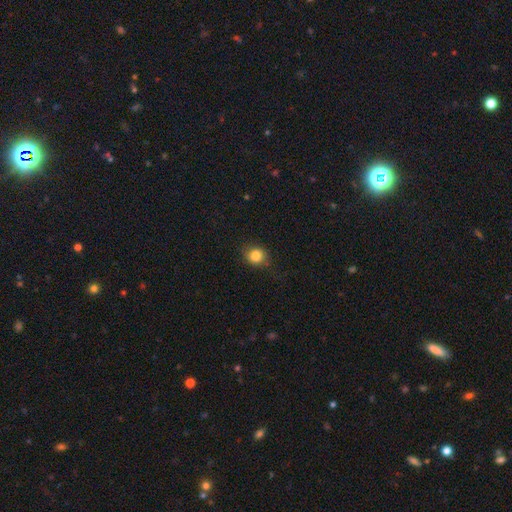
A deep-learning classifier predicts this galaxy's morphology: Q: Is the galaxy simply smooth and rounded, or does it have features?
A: smooth — 83%.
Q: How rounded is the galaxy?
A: round — 77%.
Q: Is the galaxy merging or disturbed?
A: none — 78%.